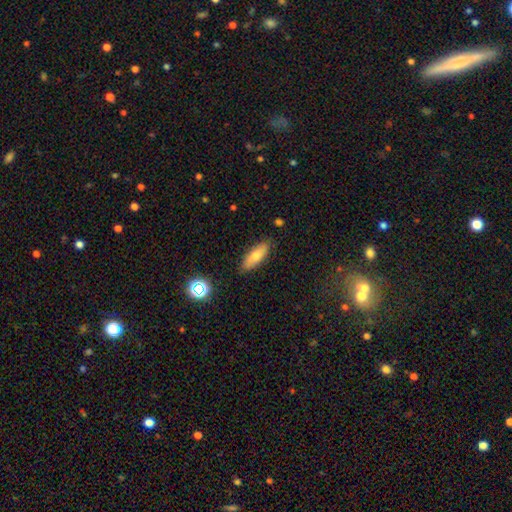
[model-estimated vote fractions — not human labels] smooth_or_featured: smooth (p=0.70) [alt: featured or disk p=0.21]
how_rounded: in between (p=0.59) [alt: cigar-shaped p=0.38]
merging: none (p=0.87) [alt: minor disturbance p=0.10]